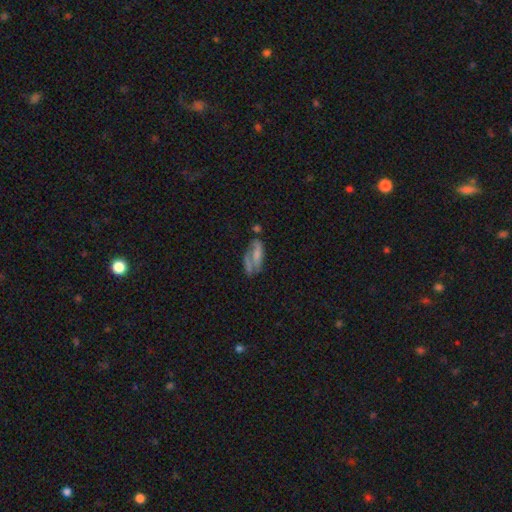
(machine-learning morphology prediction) Smooth or featured? Predicted: smooth (p=0.50). How rounded? Predicted: in between (p=0.73). Merging? Predicted: none (p=0.40).